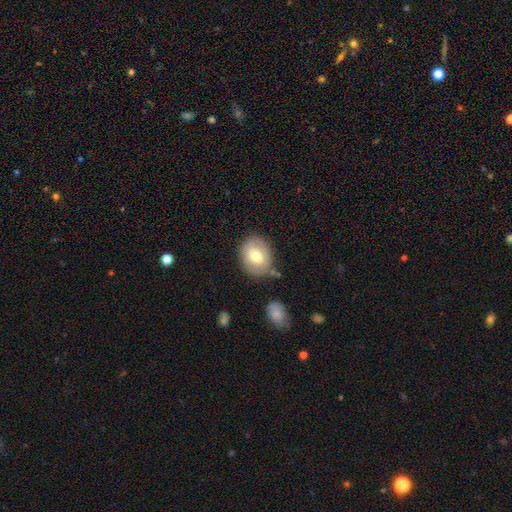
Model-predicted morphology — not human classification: smooth-or-featured: smooth: 63% | featured or disk: 30% | star or artifact: 7%
  how-rounded: in between: 50% | round: 49% | cigar-shaped: 1%
  merging: none: 75% | minor disturbance: 16% | merger: 5% | major disturbance: 4%